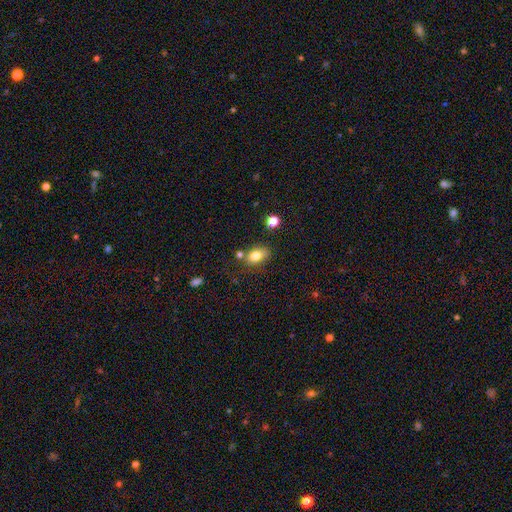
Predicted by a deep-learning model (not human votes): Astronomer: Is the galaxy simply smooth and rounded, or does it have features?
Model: smooth — 80%.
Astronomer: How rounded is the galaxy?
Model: in between — 83%.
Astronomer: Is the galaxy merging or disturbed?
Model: none — 69%.